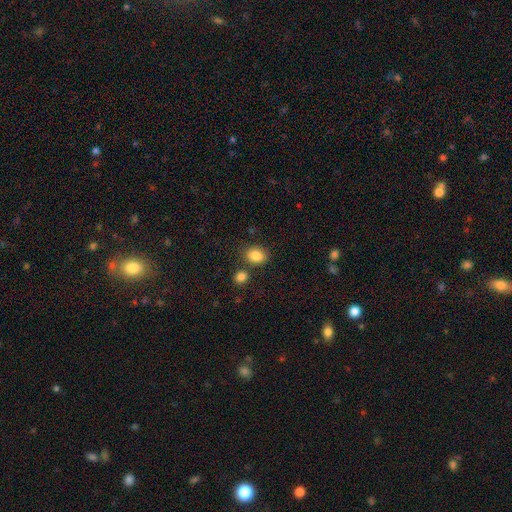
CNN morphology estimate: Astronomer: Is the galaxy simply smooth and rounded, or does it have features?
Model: smooth — 85%.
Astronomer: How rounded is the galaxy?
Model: in between — 65%.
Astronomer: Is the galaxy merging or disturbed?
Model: none — 75%.